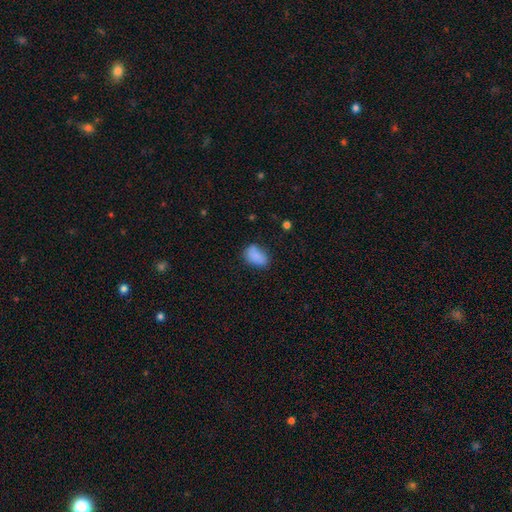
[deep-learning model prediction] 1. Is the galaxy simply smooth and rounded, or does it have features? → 85% smooth, 9% star or artifact, 6% featured or disk.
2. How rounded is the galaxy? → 89% in between, 9% round, 2% cigar-shaped.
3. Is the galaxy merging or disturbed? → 65% none, 25% minor disturbance, 7% major disturbance, 3% merger.